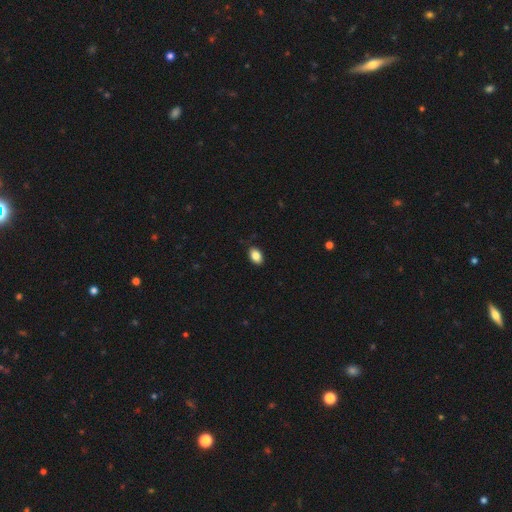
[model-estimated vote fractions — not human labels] Smooth or featured? smooth (86%)
How rounded? in between (88%)
Merging? none (86%)